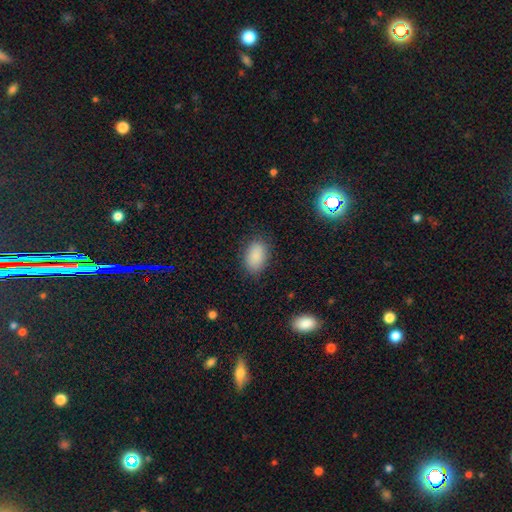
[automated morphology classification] A smooth galaxy with no disk features (88%) that is in between round and cigar-shaped (86%). Merging: none (84%).